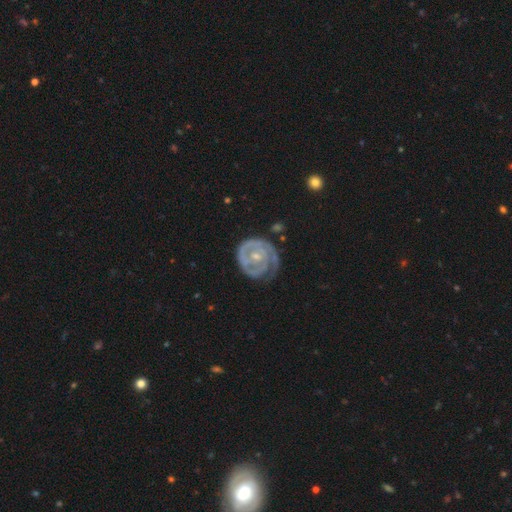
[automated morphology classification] Smooth or featured? Predicted: featured or disk (p=0.84). Edge-on disk? Predicted: no (p=0.98). Bar? Predicted: no (p=0.64). Spiral arms? Predicted: yes (p=0.93). Spiral winding? Predicted: tight (p=0.78). Spiral arm count? Predicted: 2 (p=0.37). Bulge size? Predicted: small (p=0.62). Merging? Predicted: none (p=0.60).